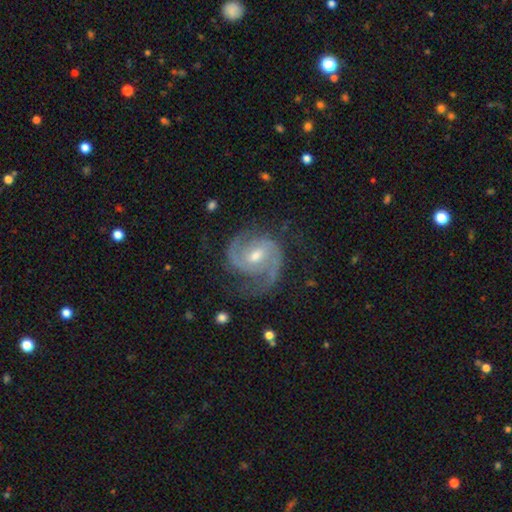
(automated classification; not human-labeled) A featured or disk galaxy (91%) with a weak bar (51%), 2 (85%) medium (50%) spiral arms (98%) and a moderate central bulge (60%). Merging: none (74%).